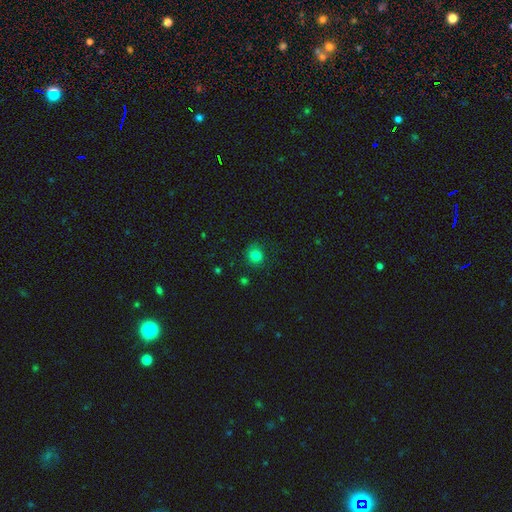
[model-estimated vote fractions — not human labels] smooth 79%, star or artifact 14%, featured or disk 6%. Down the decision tree: how rounded — round (89%); merging — none (80%).